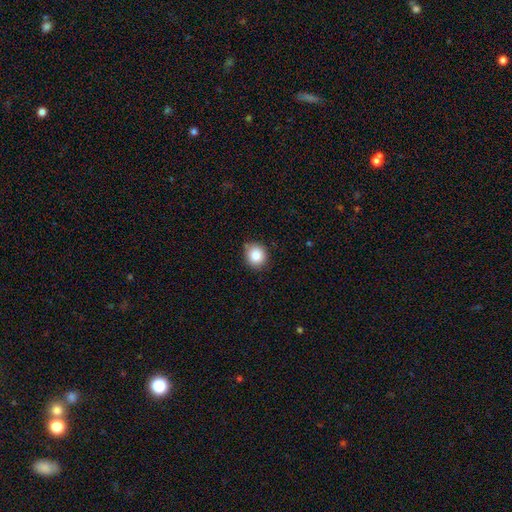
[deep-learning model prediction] A smooth galaxy with no disk features (83%) that is round (84%). Merging: none (83%).